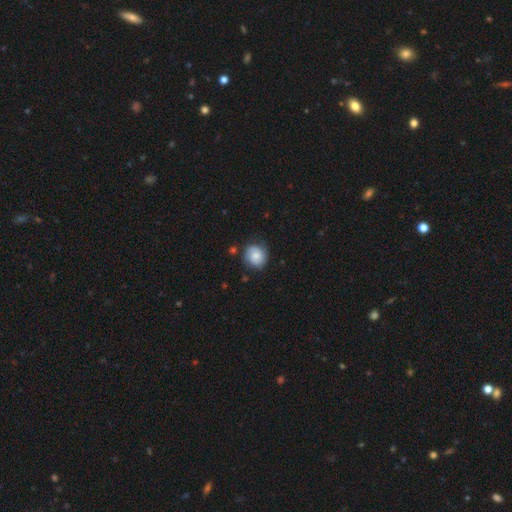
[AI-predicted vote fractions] Smooth or featured? Predicted: smooth (p=0.60). How rounded? Predicted: round (p=0.79). Merging? Predicted: none (p=0.74).